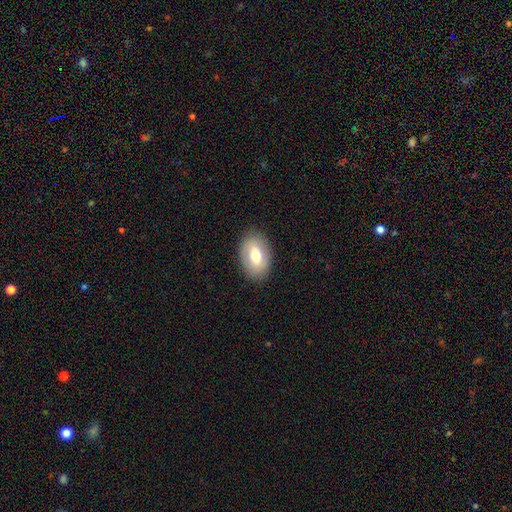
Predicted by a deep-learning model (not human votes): smooth-or-featured: smooth: 69% | featured or disk: 24% | star or artifact: 7%
  how-rounded: in between: 87% | round: 11% | cigar-shaped: 1%
  merging: none: 86% | minor disturbance: 10% | major disturbance: 3% | merger: 1%